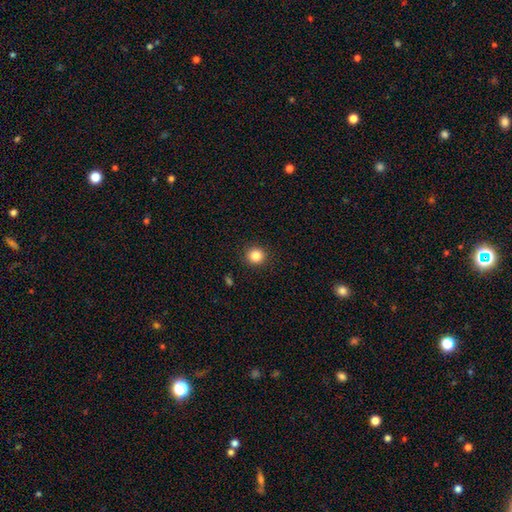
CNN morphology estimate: This appears to be a smooth galaxy with no disk features (85%) that is round (91%). Merging: none (91%).